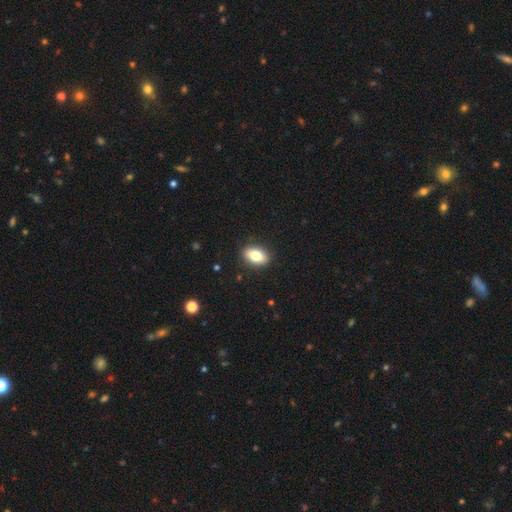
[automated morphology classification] A smooth galaxy with no disk features (79%) that is in between round and cigar-shaped (87%).

Vote fractions:
- Smooth or featured? smooth: 79% / featured or disk: 13% / star or artifact: 8%
- How rounded? in between: 87% / round: 9% / cigar-shaped: 4%
- Merging? none: 89% / minor disturbance: 8% / major disturbance: 2% / merger: 1%